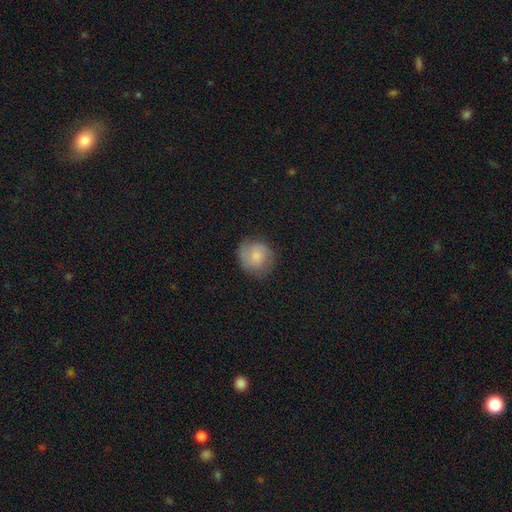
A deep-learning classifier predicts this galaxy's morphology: Smooth or featured: smooth — 70% (featured or disk — 23%)
How rounded: round — 85% (in between — 14%)
Merging: none — 73% (minor disturbance — 20%)